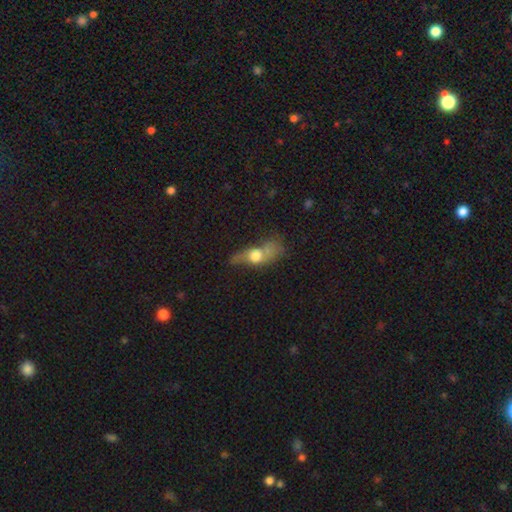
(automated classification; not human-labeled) This appears to be a smooth galaxy with no disk features (45%). Merging: none (36%).